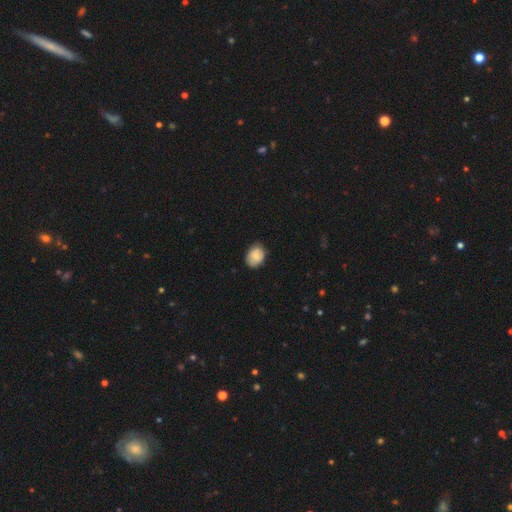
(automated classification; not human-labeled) Overall: smooth (81%). How rounded: in between (61%; round 38%). Merging: none (75%).